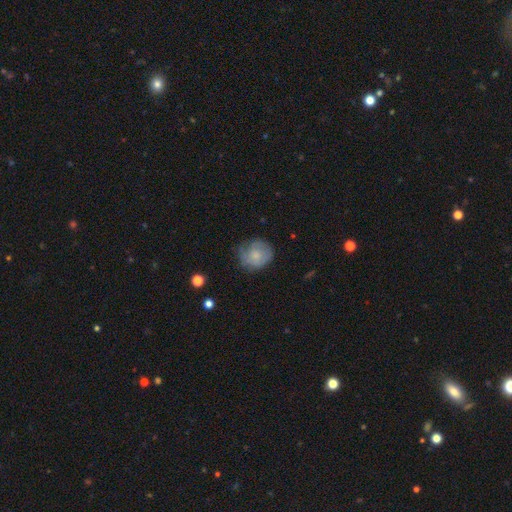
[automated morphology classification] A smooth galaxy with no disk features (62%) that is round (77%). Merging: none (58%).